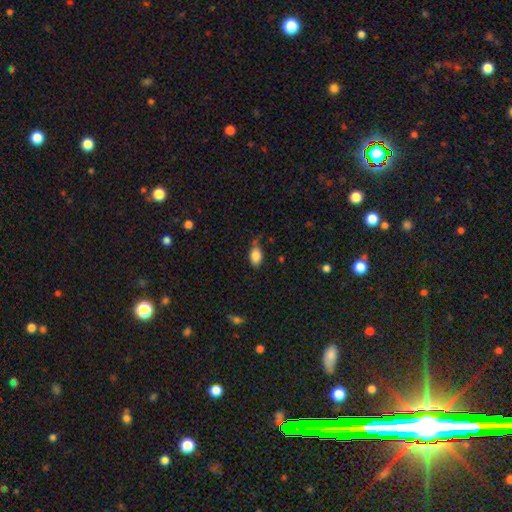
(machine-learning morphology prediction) smooth 85%, star or artifact 8%, featured or disk 7%. Down the decision tree: how rounded — in between (89%); merging — none (60%).